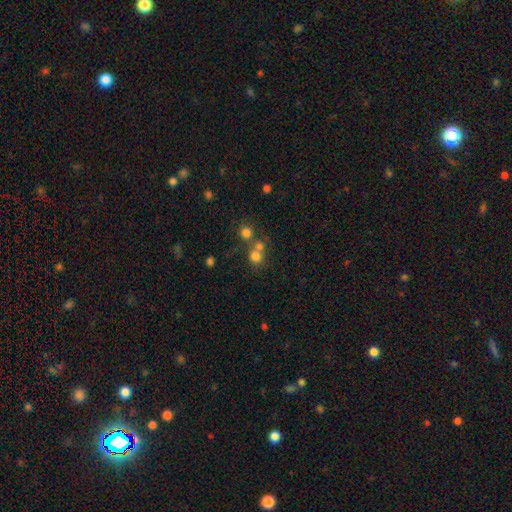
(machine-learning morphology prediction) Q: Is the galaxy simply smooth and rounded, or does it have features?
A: smooth — 68%.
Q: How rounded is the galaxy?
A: round — 85%.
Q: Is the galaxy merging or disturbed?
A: none — 47%.